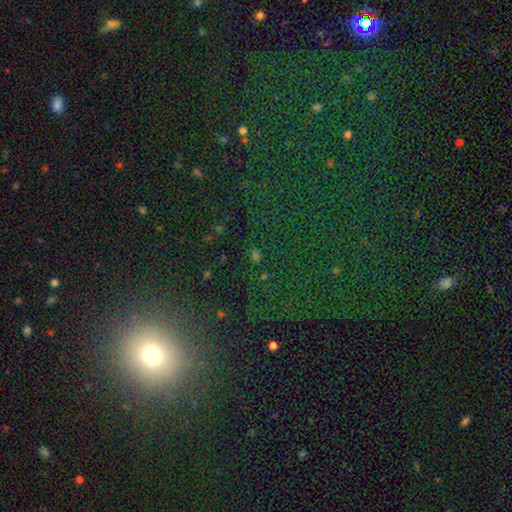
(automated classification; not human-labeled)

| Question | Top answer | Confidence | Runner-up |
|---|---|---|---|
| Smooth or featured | star or artifact | 68% | smooth (24%) |